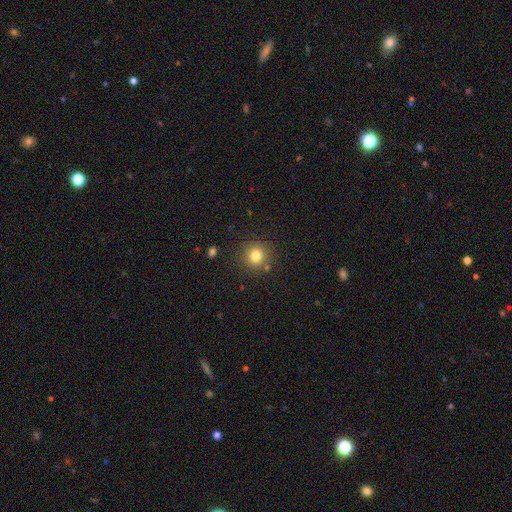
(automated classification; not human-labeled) Smooth or featured?
  - smooth: 79% *
  - star or artifact: 14%
  - featured or disk: 7%
How rounded?
  - round: 93% *
  - in between: 7%
  - cigar-shaped: 1%
Merging?
  - none: 86% *
  - minor disturbance: 8%
  - merger: 4%
  - major disturbance: 3%